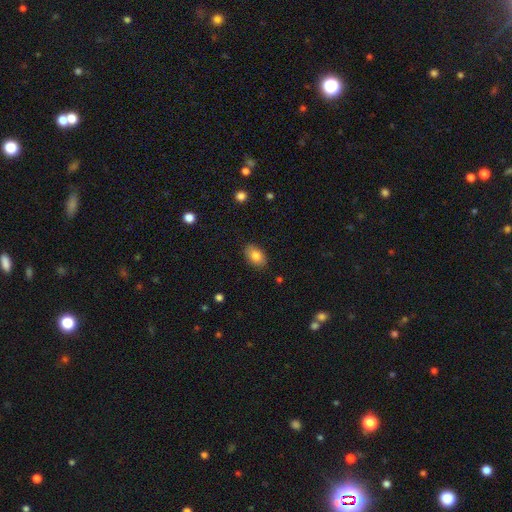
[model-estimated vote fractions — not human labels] Q: Smooth or featured?
A: smooth (82%); runner-up: featured or disk (10%)
Q: How rounded?
A: in between (89%); runner-up: round (10%)
Q: Merging?
A: none (86%); runner-up: minor disturbance (10%)